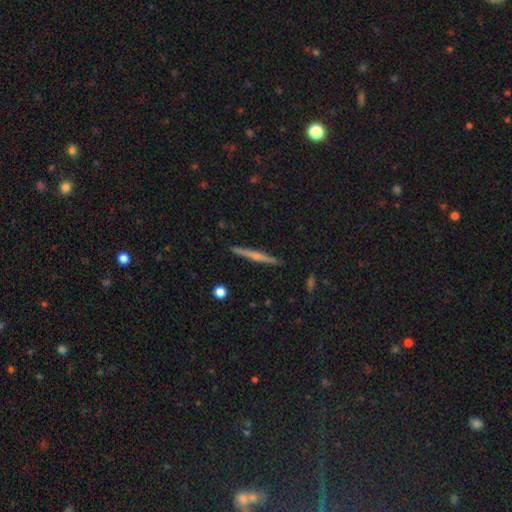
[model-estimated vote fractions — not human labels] Smooth or featured: featured or disk — 58% (smooth — 36%)
Edge-on disk: yes — 98% (no — 2%)
Edge-on bulge: rounded — 52% (none — 37%)
Merging: none — 92% (minor disturbance — 6%)